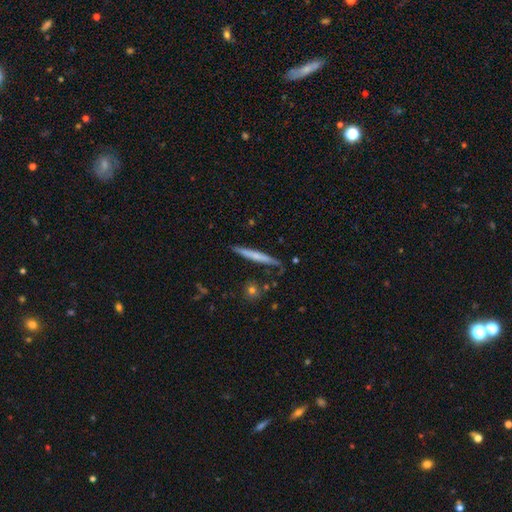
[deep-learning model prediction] Smooth or featured? smooth (50%)
Merging? none (85%)